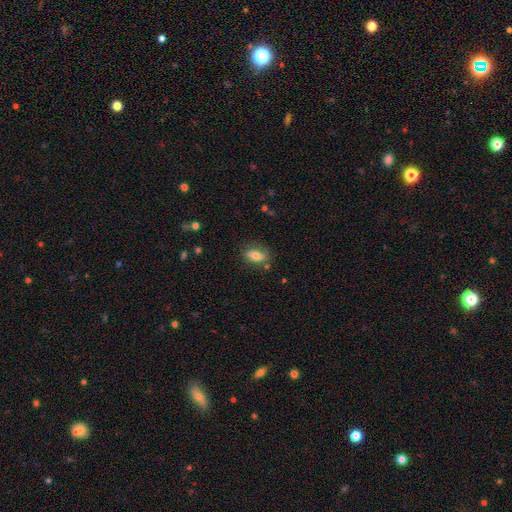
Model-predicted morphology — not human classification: A smooth galaxy with no disk features (72%) that is in between round and cigar-shaped (83%). Merging: none (77%).